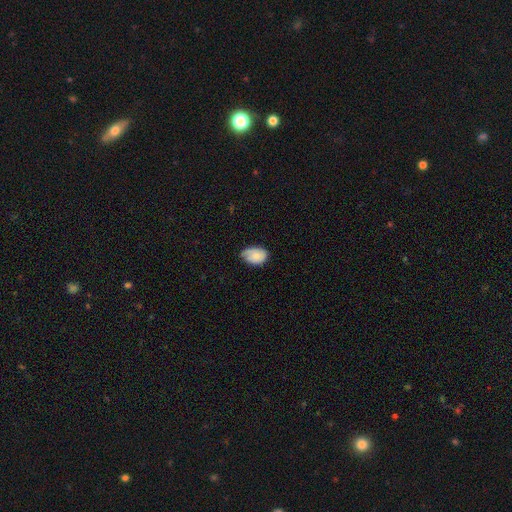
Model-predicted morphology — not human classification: smooth_or_featured: smooth (p=0.78) [alt: featured or disk p=0.15]
how_rounded: in between (p=0.86) [alt: round p=0.13]
merging: none (p=0.54) [alt: minor disturbance p=0.37]